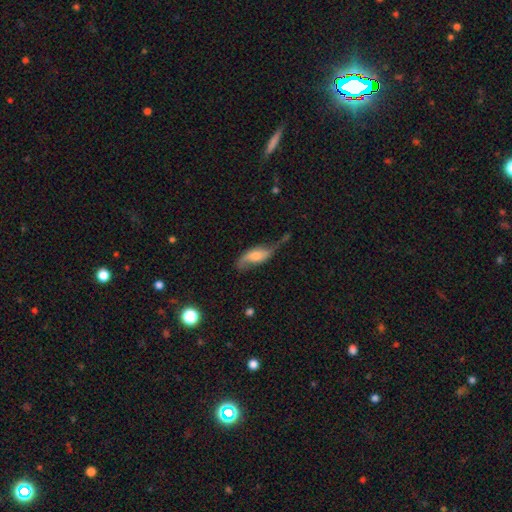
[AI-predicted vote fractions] A featured or disk galaxy (57%).

Vote fractions:
- Smooth or featured? featured or disk: 57% / smooth: 36% / star or artifact: 7%
- Edge-on disk? no: 84% / yes: 16%
- Merging? none: 35% / minor disturbance: 30% / major disturbance: 26% / merger: 8%